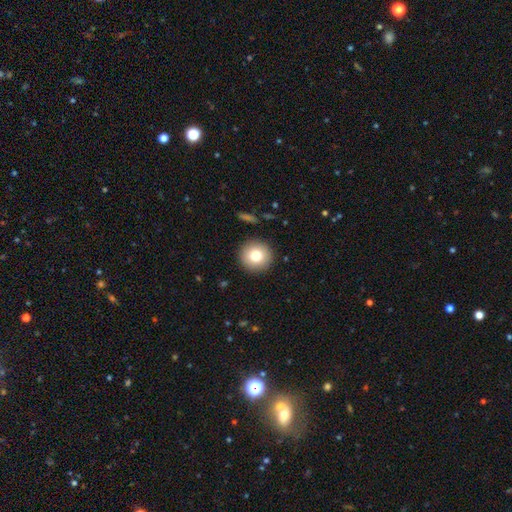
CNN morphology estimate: The model was most divided on "smooth or featured": smooth: 78%, featured or disk: 13%, star or artifact: 10%. More confident: how rounded — round (95%); merging — none (92%).